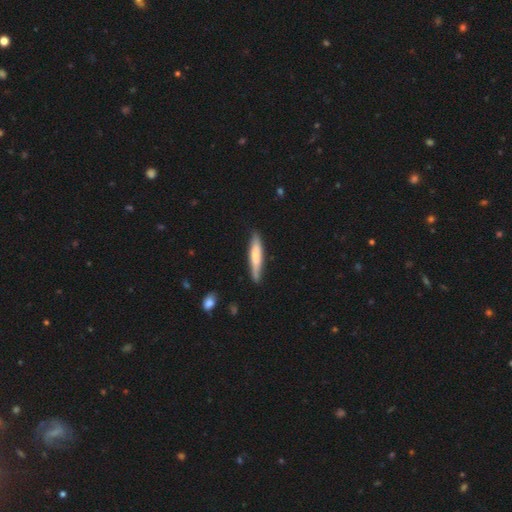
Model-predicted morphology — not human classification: A smooth galaxy with no disk features (61%) that is cigar-shaped (88%).

Vote fractions:
- Smooth or featured? smooth: 61% / featured or disk: 34% / star or artifact: 5%
- How rounded? cigar-shaped: 88% / in between: 11% / round: 1%
- Merging? none: 82% / minor disturbance: 14% / major disturbance: 2% / merger: 2%